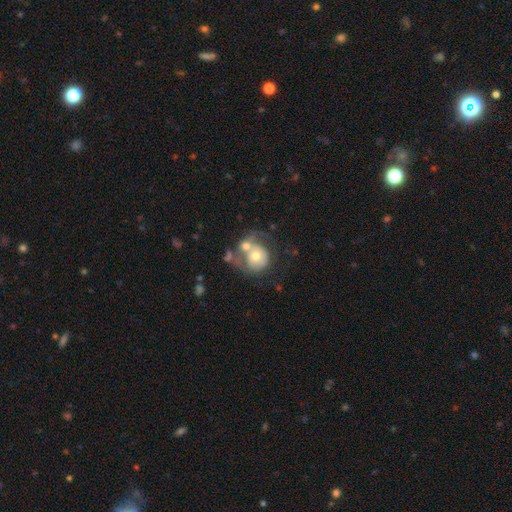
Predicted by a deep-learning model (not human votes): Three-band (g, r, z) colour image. It shows a smooth galaxy with no disk features (47%). Merging: merger (48%).